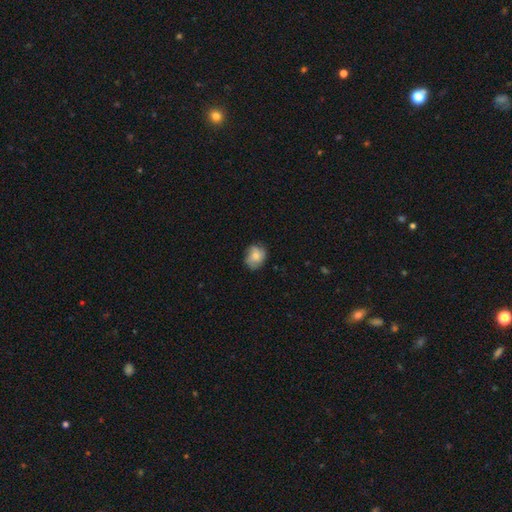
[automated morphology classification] The model was most divided on "how rounded": round: 55%, in between: 44%, cigar-shaped: 1%. More confident: smooth or featured — smooth (69%); merging — none (67%).